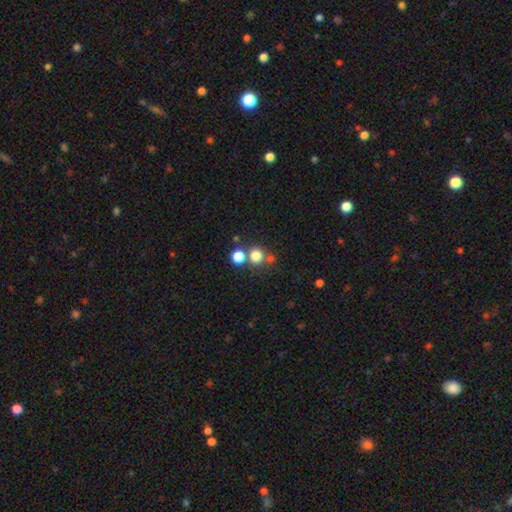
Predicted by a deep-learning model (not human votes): Q: Smooth or featured?
A: smooth (77%); runner-up: star or artifact (16%)
Q: How rounded?
A: round (91%); runner-up: in between (8%)
Q: Merging?
A: none (66%); runner-up: merger (24%)